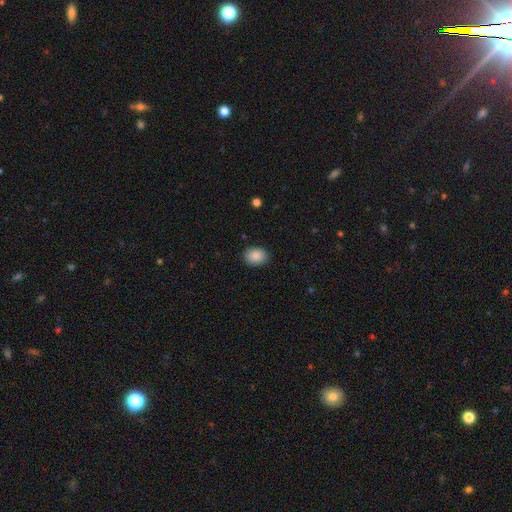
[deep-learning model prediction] Smooth or featured: smooth — 88% (star or artifact — 8%)
How rounded: in between — 68% (round — 31%)
Merging: none — 88% (minor disturbance — 9%)